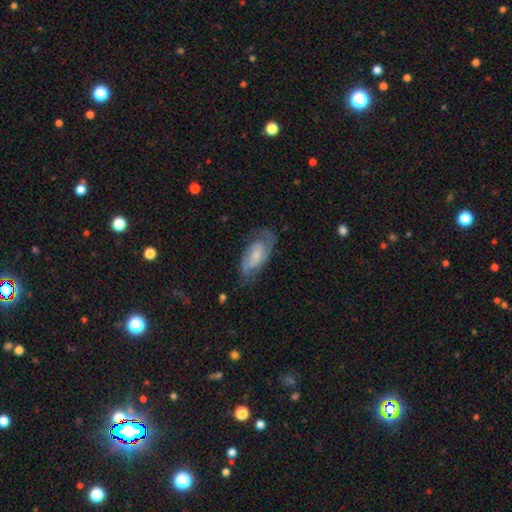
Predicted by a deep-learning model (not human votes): smooth_or_featured: featured or disk (p=0.61) [alt: smooth p=0.32]
disk_edge_on: no (p=0.92) [alt: yes p=0.08]
bar: no (p=0.61) [alt: weak p=0.32]
has_spiral_arms: yes (p=0.80) [alt: no p=0.20]
bulge_size: small (p=0.56) [alt: moderate p=0.30]
merging: none (p=0.57) [alt: minor disturbance p=0.25]